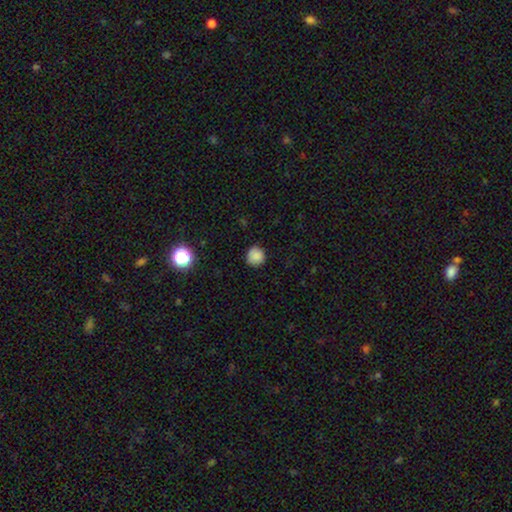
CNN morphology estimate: Smooth or featured? Predicted: smooth (p=0.85). How rounded? Predicted: round (p=0.93). Merging? Predicted: none (p=0.86).